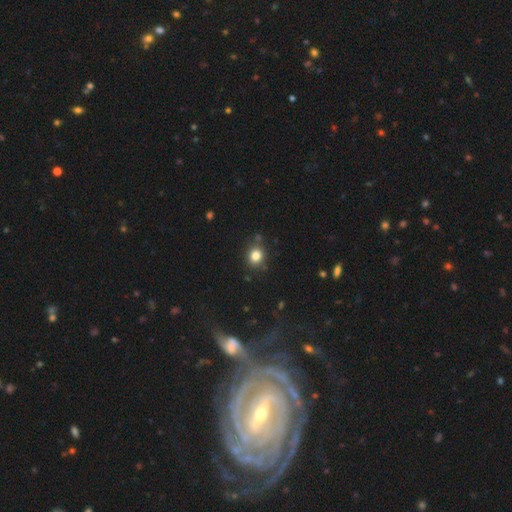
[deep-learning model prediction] Smooth or featured?
  - smooth: 81% *
  - star or artifact: 13%
  - featured or disk: 6%
How rounded?
  - round: 72% *
  - in between: 27%
  - cigar-shaped: 1%
Merging?
  - none: 83% *
  - minor disturbance: 10%
  - merger: 4%
  - major disturbance: 3%